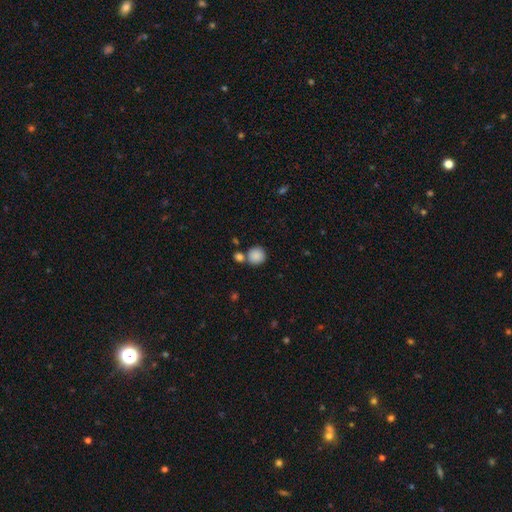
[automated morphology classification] Smooth or featured: smooth — 87% (star or artifact — 8%)
How rounded: round — 91% (in between — 8%)
Merging: none — 65% (merger — 23%)